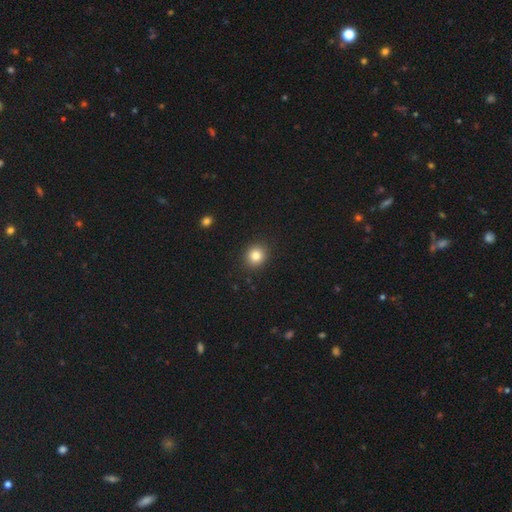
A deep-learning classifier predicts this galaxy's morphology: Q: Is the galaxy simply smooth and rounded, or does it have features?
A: smooth — 83%.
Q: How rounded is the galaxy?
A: round — 81%.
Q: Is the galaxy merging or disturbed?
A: none — 90%.